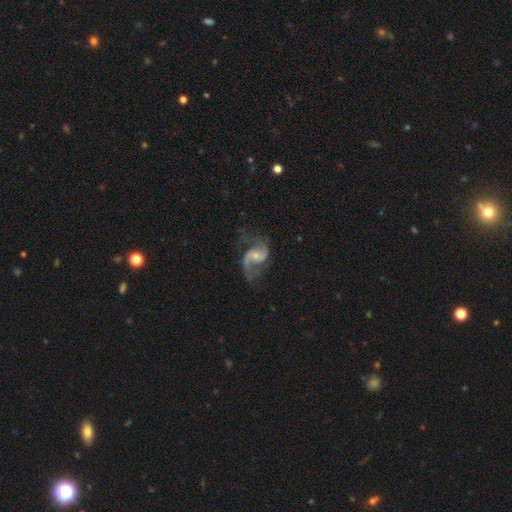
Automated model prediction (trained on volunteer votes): This appears to be a featured or disk galaxy (90%) with no bar (50%), 2 (92%) loose (52%) spiral arms (97%) and a small central bulge (60%). Merging: none (64%).